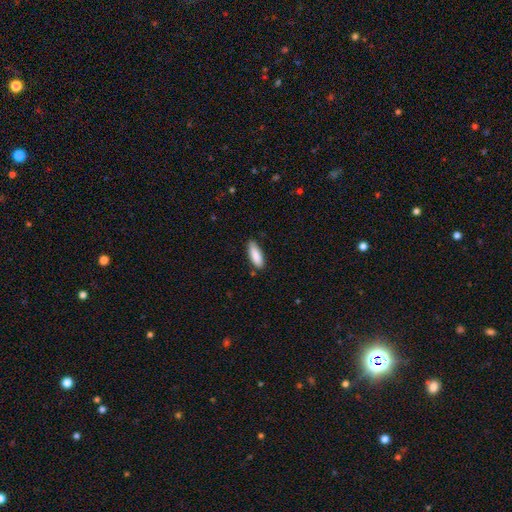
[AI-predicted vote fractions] This appears to be a smooth galaxy with no disk features (88%) that is in between round and cigar-shaped (65%). Merging: none (82%).